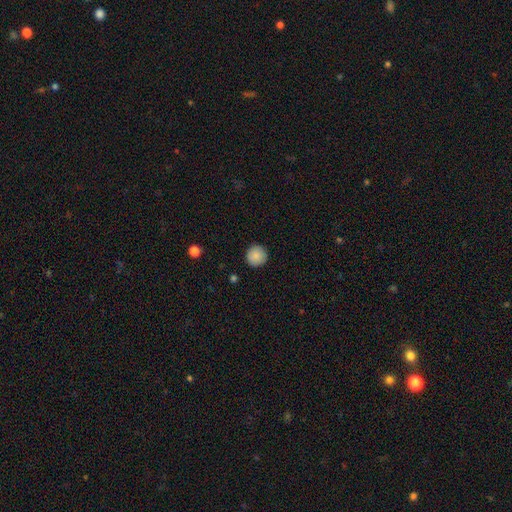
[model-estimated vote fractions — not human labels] This appears to be a smooth galaxy with no disk features (88%) that is round (95%). Merging: none (92%).